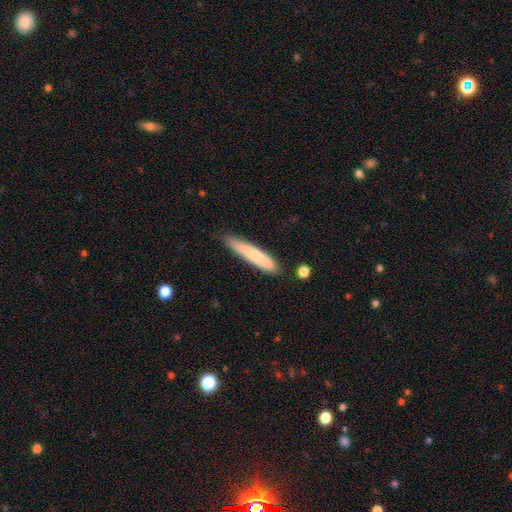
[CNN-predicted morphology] smooth_or_featured: smooth (p=0.77) [alt: featured or disk p=0.17]
how_rounded: cigar-shaped (p=0.90) [alt: in between p=0.09]
merging: none (p=0.78) [alt: minor disturbance p=0.17]